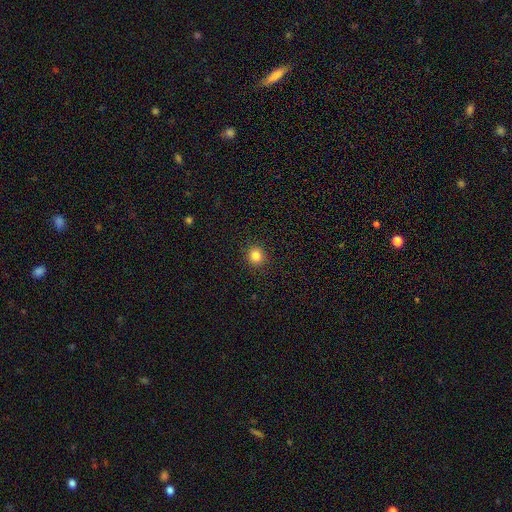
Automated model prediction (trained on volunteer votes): Smooth or featured? Predicted: smooth (p=0.84). How rounded? Predicted: round (p=0.87). Merging? Predicted: none (p=0.91).